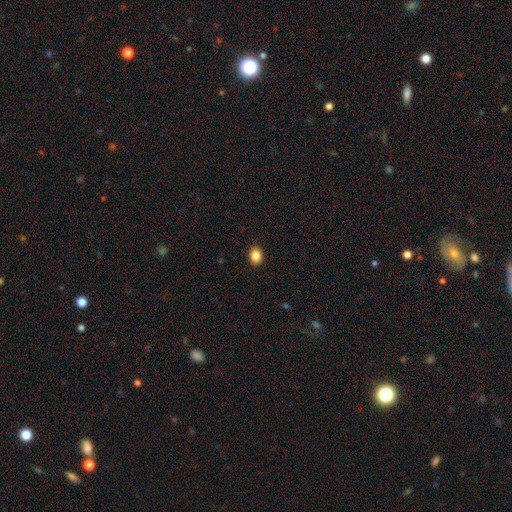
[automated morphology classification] smooth-or-featured: smooth: 87% | star or artifact: 9% | featured or disk: 4%
  how-rounded: in between: 61% | round: 38% | cigar-shaped: 1%
  merging: none: 91% | minor disturbance: 6% | major disturbance: 2% | merger: 1%